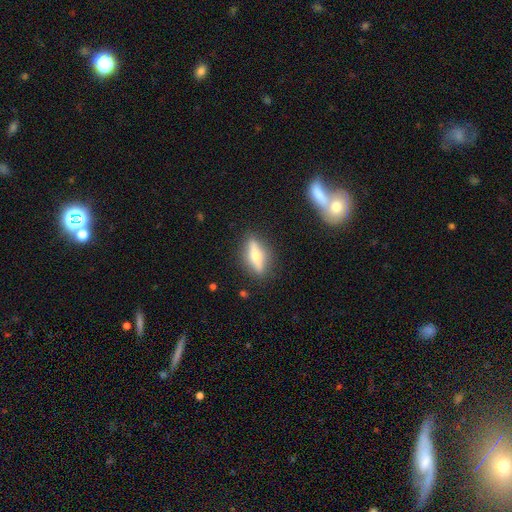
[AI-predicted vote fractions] Q: Smooth or featured?
A: featured or disk (55%); runner-up: smooth (38%)
Q: Edge-on disk?
A: yes (88%); runner-up: no (12%)
Q: Merging?
A: none (85%); runner-up: minor disturbance (10%)